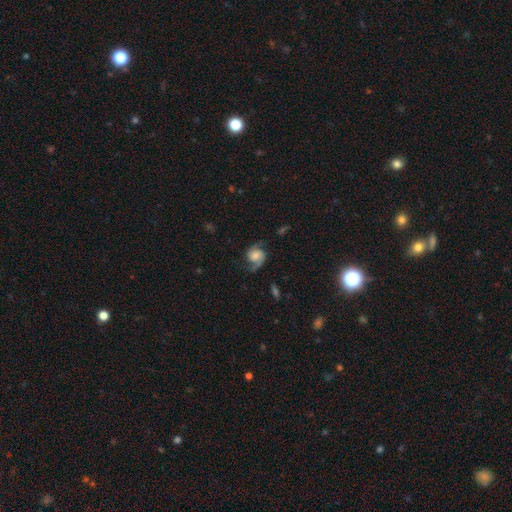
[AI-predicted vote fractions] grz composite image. It shows a featured or disk galaxy (77%) with no bar (66%), 2 (88%) medium (46%) spiral arms (96%) and a moderate central bulge (41%). Merging: none (70%).